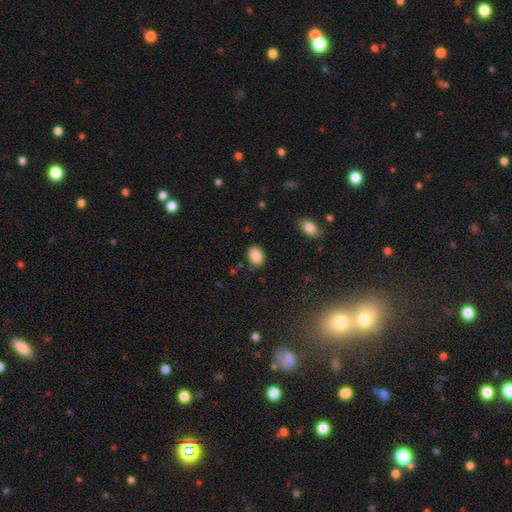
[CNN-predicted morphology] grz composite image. It shows a smooth galaxy with no disk features (86%) that is in between round and cigar-shaped (64%). Merging: none (86%).